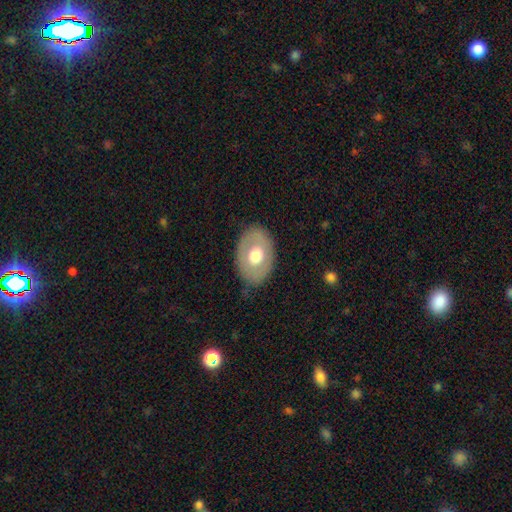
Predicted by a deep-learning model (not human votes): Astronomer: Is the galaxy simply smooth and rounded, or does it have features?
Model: smooth — 58% (runner-up: featured or disk, 36%).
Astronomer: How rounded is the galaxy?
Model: in between — 78%.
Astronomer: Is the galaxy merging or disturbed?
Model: none — 80%.